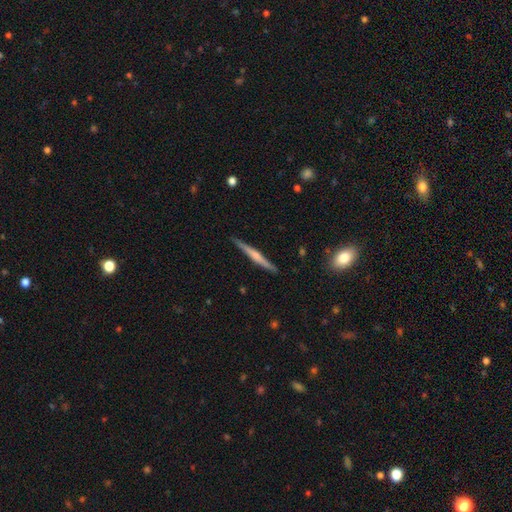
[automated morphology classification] A featured or disk galaxy (58%) viewed edge-on (98%) with a rounded central bulge (51%). Merging: none (89%).